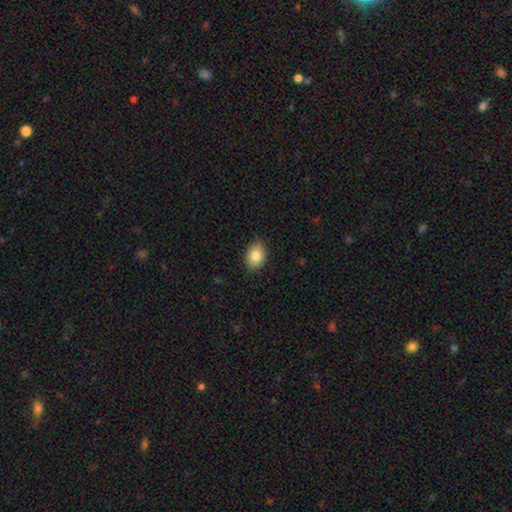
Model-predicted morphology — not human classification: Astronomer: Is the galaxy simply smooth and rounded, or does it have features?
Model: smooth — 85%.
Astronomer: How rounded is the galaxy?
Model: in between — 81%.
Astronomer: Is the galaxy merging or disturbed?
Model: none — 87%.